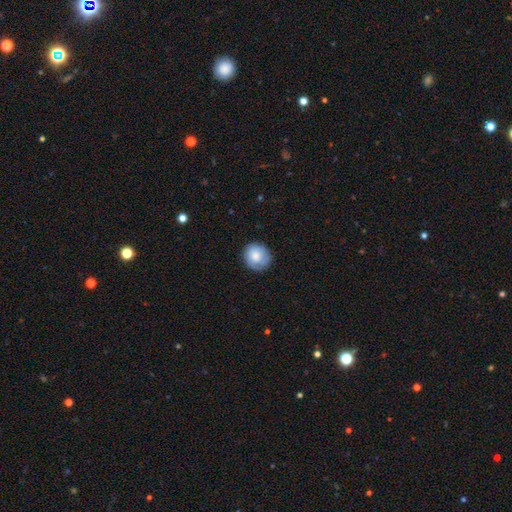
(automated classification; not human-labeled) A smooth galaxy with no disk features (78%) that is round (82%). Merging: none (78%).